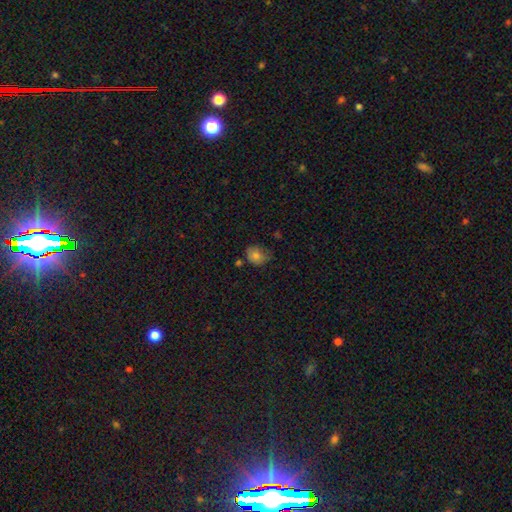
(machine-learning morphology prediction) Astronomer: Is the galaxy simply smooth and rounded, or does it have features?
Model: smooth — 78%.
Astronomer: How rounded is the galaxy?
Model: round — 57% (runner-up: in between, 42%).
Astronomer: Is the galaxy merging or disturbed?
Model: none — 56% (runner-up: minor disturbance, 32%).